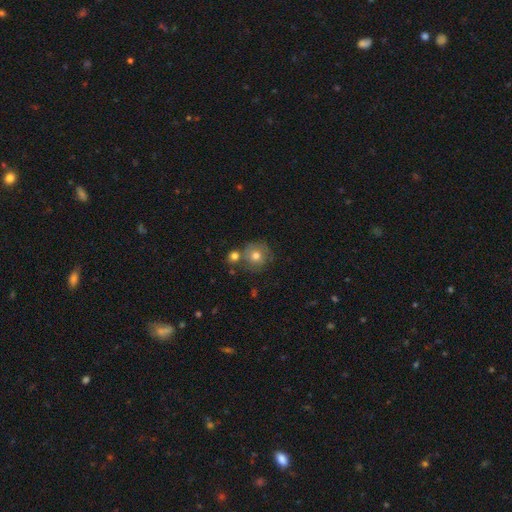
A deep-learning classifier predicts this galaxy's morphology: Overall: smooth (56%; featured or disk 28%). How rounded: round (90%). Merging: none (67%).